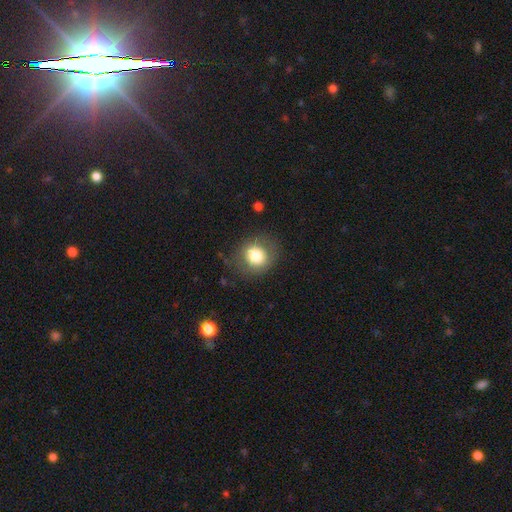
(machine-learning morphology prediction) Smooth or featured? Predicted: smooth (p=0.76). How rounded? Predicted: round (p=0.78). Merging? Predicted: none (p=0.79).